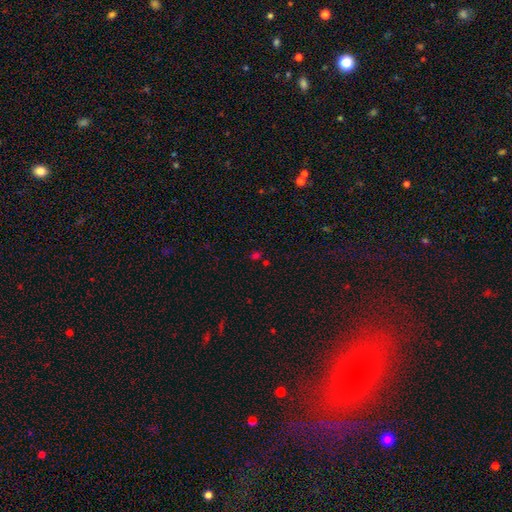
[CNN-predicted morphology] A smooth galaxy with no disk features (49%). Merging: none (69%).